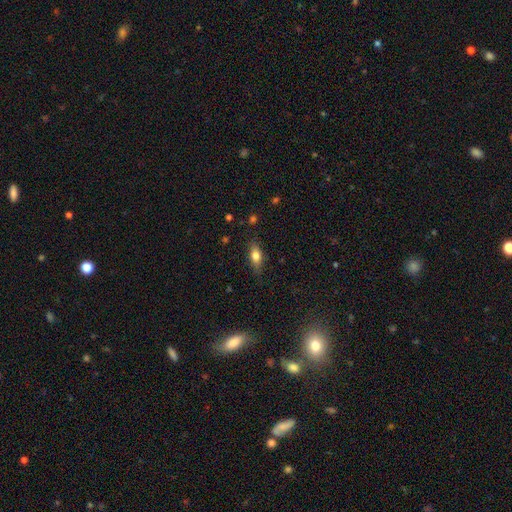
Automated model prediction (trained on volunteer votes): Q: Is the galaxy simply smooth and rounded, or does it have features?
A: smooth — 73%.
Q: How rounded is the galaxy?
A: in between — 75%.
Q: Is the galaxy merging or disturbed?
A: none — 82%.